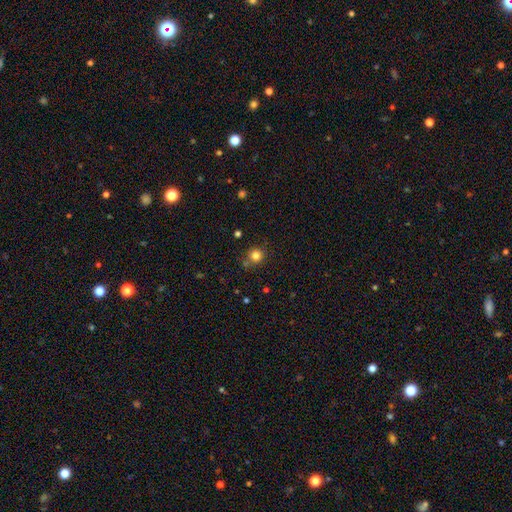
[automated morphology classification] Smooth or featured: smooth — 81% (star or artifact — 14%)
How rounded: round — 92% (in between — 7%)
Merging: none — 78% (minor disturbance — 10%)